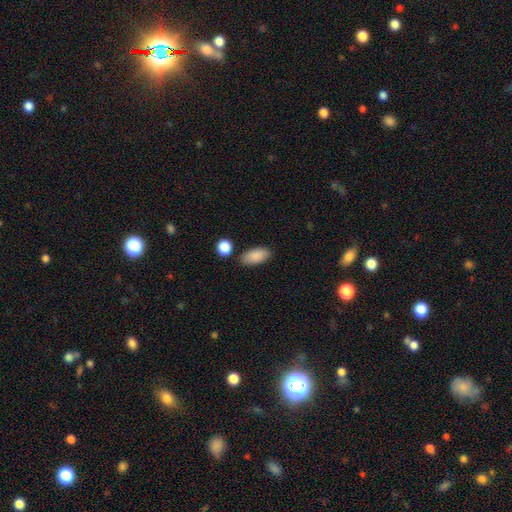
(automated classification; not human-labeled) A smooth galaxy with no disk features (89%) that is in between round and cigar-shaped (92%). Merging: none (82%).